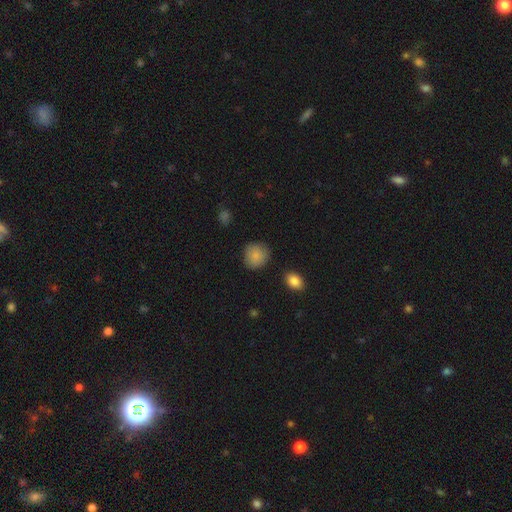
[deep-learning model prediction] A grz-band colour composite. It shows a smooth galaxy with no disk features (86%) that is round (87%). Merging: none (84%).